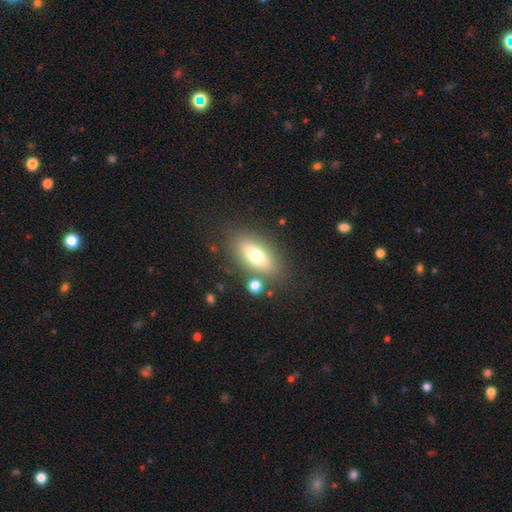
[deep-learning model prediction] Overall: smooth (68%). How rounded: in between (79%). Merging: none (77%).